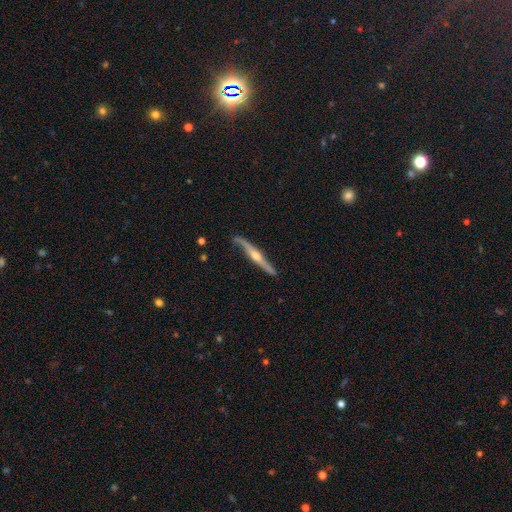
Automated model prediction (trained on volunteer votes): Q: Smooth or featured?
A: featured or disk (84%); runner-up: smooth (11%)
Q: Edge-on disk?
A: yes (87%); runner-up: no (13%)
Q: Edge-on bulge?
A: rounded (92%); runner-up: none (5%)
Q: Merging?
A: none (79%); runner-up: minor disturbance (16%)